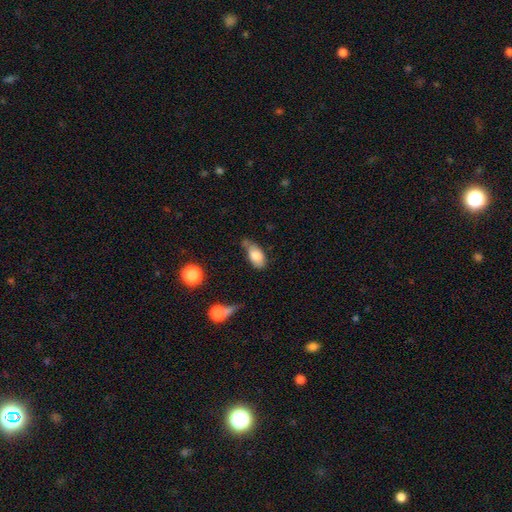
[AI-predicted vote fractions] A smooth galaxy with no disk features (76%) that is in between round and cigar-shaped (90%).

Vote fractions:
- Smooth or featured? smooth: 76% / featured or disk: 17% / star or artifact: 8%
- How rounded? in between: 90% / round: 5% / cigar-shaped: 4%
- Merging? minor disturbance: 39% / none: 35% / major disturbance: 15% / merger: 11%